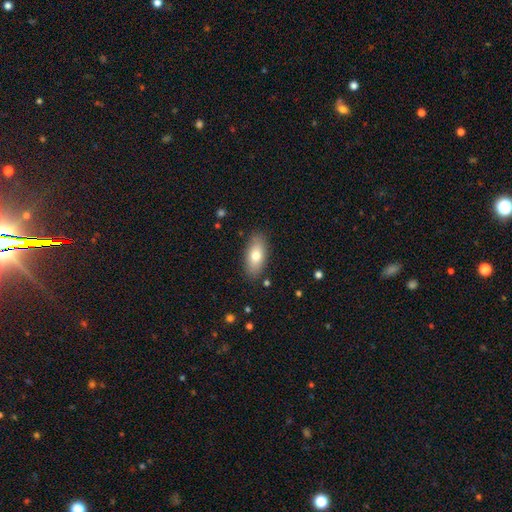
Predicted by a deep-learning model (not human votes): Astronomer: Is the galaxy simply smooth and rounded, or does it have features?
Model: smooth — 74%.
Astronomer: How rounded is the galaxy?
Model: in between — 86%.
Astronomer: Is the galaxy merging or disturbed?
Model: none — 86%.